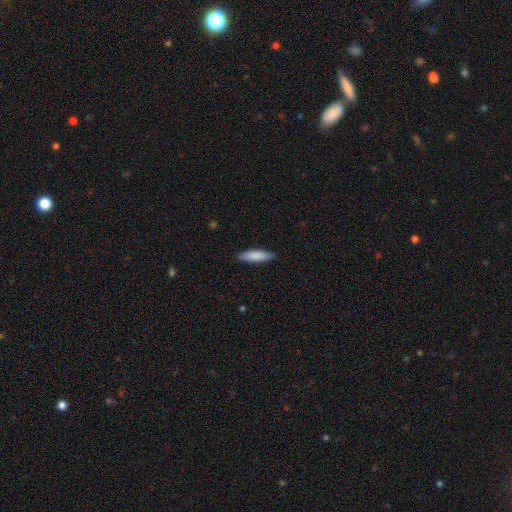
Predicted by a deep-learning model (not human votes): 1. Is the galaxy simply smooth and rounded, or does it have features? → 85% smooth, 10% featured or disk, 5% star or artifact.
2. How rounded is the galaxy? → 64% cigar-shaped, 35% in between, 1% round.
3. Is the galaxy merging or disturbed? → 87% none, 10% minor disturbance, 2% major disturbance, 1% merger.